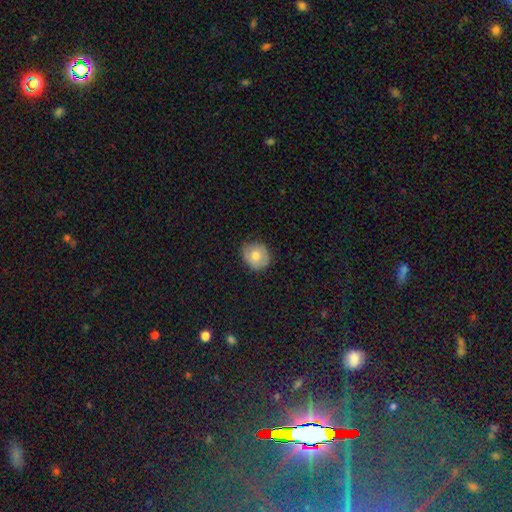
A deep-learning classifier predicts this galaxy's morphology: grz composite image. It shows a smooth galaxy with no disk features (72%) that is round (79%). Merging: none (72%).